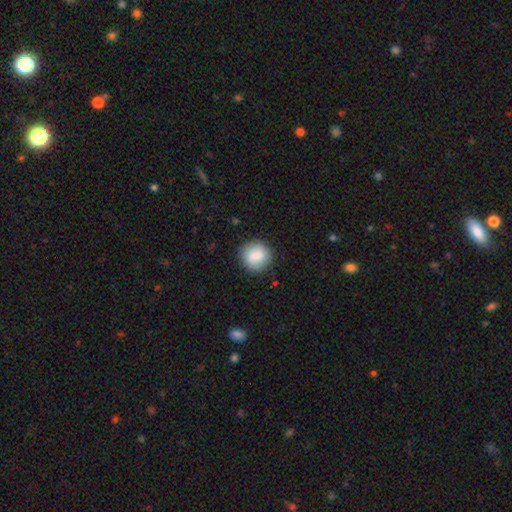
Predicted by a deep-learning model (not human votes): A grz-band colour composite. It shows a smooth galaxy with no disk features (79%) that is round (88%). Merging: none (83%).